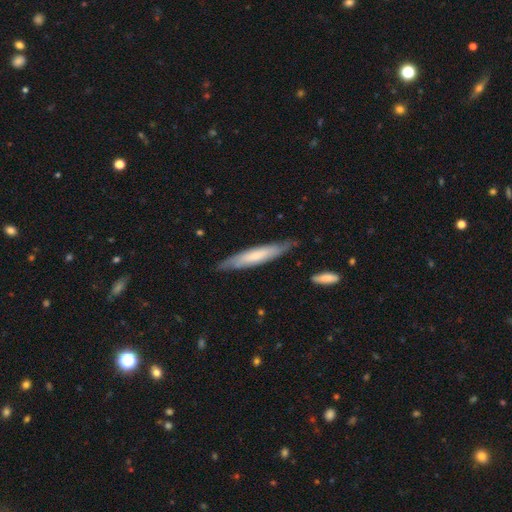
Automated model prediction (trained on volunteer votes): Overall: smooth (55%; featured or disk 40%). How rounded: cigar-shaped (88%). Merging: none (81%).